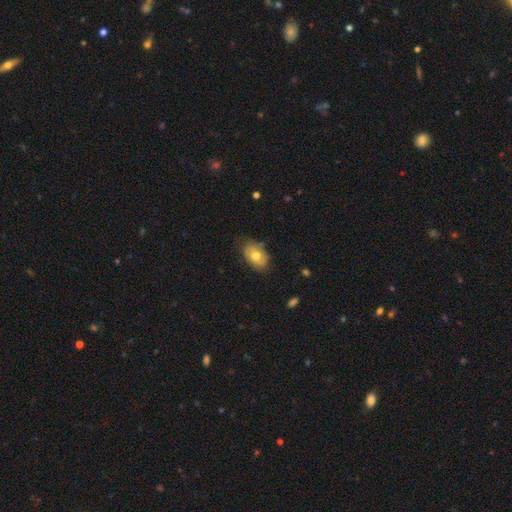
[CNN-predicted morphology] The model was most divided on "smooth or featured": smooth: 69%, featured or disk: 23%, star or artifact: 7%. More confident: how rounded — in between (86%); merging — none (74%).